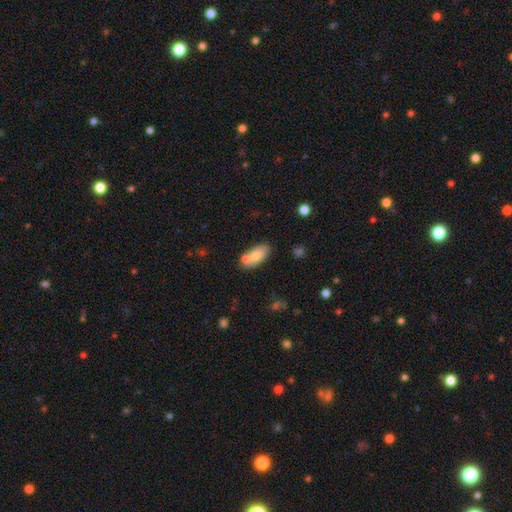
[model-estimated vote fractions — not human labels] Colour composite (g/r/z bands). It shows a smooth galaxy with no disk features (77%) that is in between round and cigar-shaped (88%). Merging: none (61%).